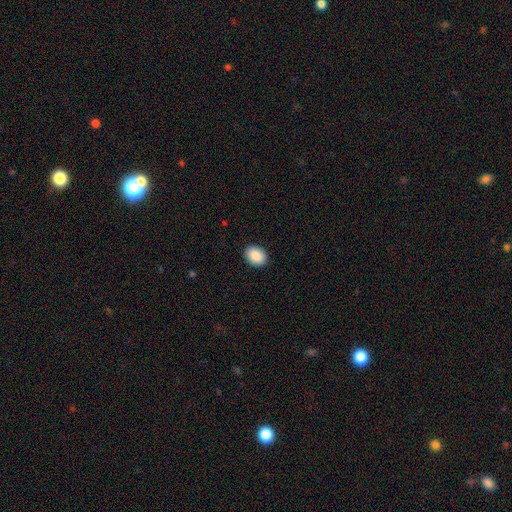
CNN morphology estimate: Smooth or featured: smooth — 90% (star or artifact — 7%)
How rounded: in between — 64% (round — 35%)
Merging: none — 91% (minor disturbance — 6%)